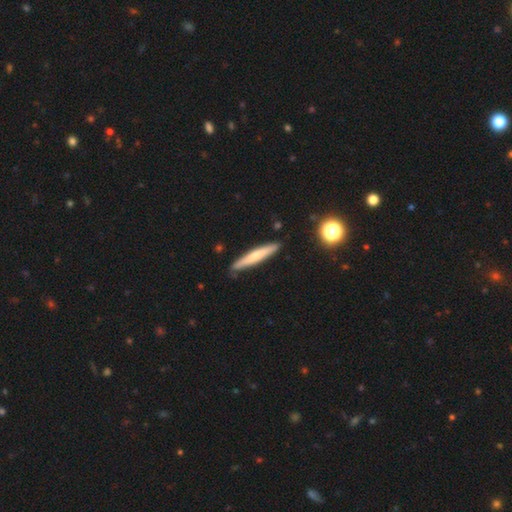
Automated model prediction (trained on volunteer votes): Overall: smooth (61%; featured or disk 34%). How rounded: cigar-shaped (94%). Merging: none (86%).